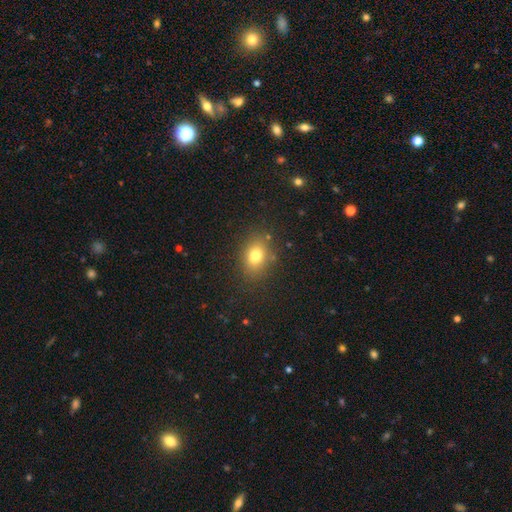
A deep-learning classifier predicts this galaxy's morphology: A smooth galaxy with no disk features (76%) that is in between round and cigar-shaped (66%).

Vote fractions:
- Smooth or featured? smooth: 76% / star or artifact: 13% / featured or disk: 11%
- How rounded? in between: 66% / round: 32% / cigar-shaped: 1%
- Merging? none: 82% / minor disturbance: 12% / major disturbance: 4% / merger: 2%